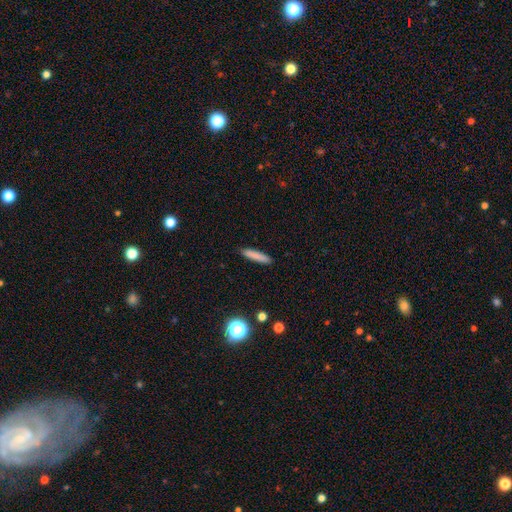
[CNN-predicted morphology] A smooth galaxy with no disk features (82%) that is cigar-shaped (89%). Merging: none (90%).